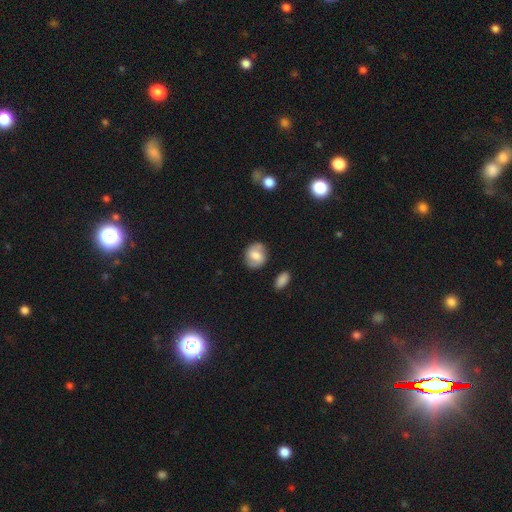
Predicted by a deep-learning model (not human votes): This appears to be a smooth galaxy with no disk features (56%) that is round (64%). Merging: none (77%).